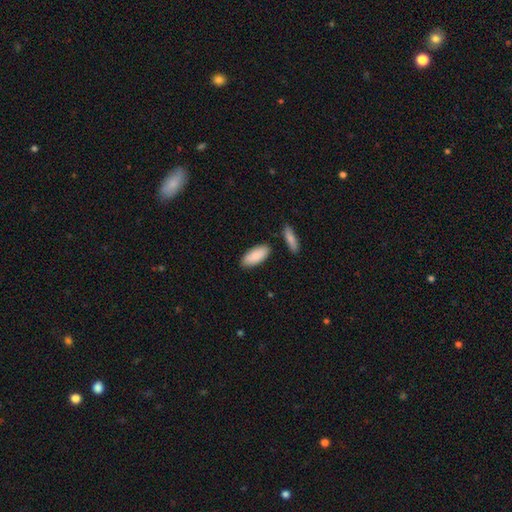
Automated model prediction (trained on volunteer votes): Smooth or featured? Predicted: smooth (p=0.88). How rounded? Predicted: in between (p=0.87). Merging? Predicted: none (p=0.81).